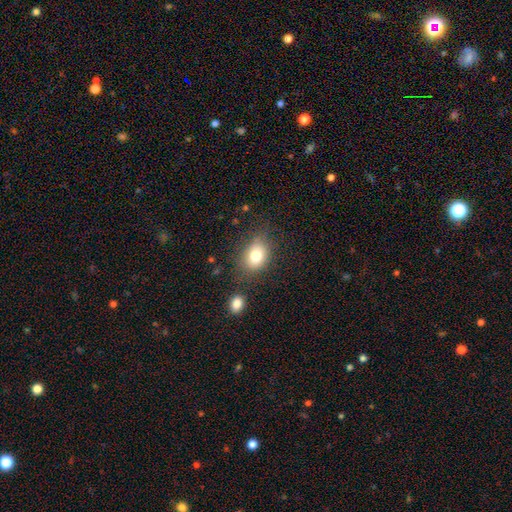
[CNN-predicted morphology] Smooth or featured?
  - smooth: 78% *
  - featured or disk: 11%
  - star or artifact: 11%
How rounded?
  - in between: 63% *
  - round: 36%
  - cigar-shaped: 1%
Merging?
  - none: 70% *
  - minor disturbance: 18%
  - major disturbance: 6%
  - merger: 6%